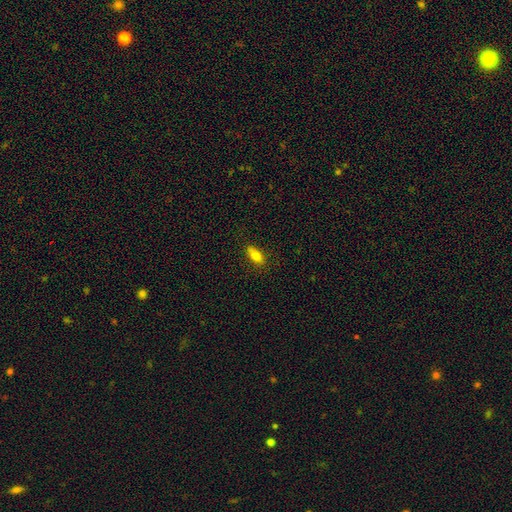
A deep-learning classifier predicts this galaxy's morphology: The model was most divided on "smooth or featured": smooth: 78%, featured or disk: 14%, star or artifact: 8%. More confident: merging — none (83%); how rounded — in between (80%).